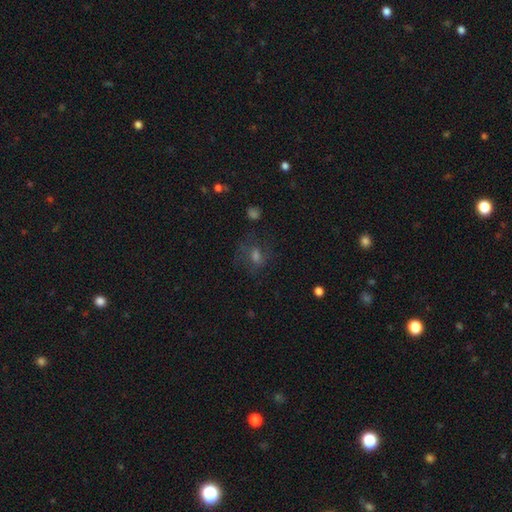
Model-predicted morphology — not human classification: A smooth galaxy with no disk features (43%). Merging: none (62%).